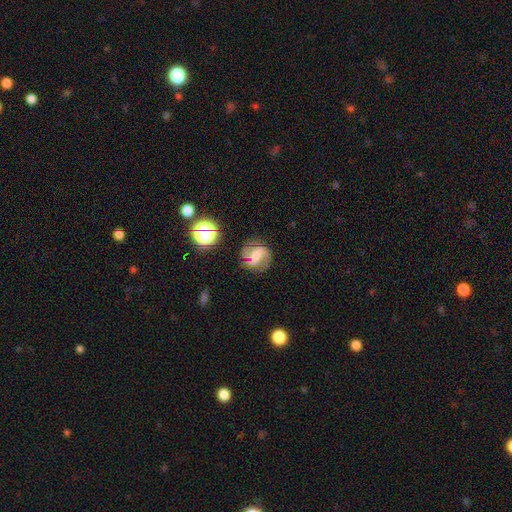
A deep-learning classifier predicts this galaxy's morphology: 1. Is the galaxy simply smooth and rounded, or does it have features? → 74% featured or disk, 16% smooth, 10% star or artifact.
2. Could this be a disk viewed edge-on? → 98% no, 2% yes.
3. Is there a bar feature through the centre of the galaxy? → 45% weak, 36% no, 20% strong.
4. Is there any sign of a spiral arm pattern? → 95% yes, 5% no.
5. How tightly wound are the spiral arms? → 50% medium, 27% tight, 23% loose.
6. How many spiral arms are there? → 50% 2, 24% 3, 12% can't tell, 5% 1, 4% 4, 3% more than 4.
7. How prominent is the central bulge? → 37% none, 25% small, 23% moderate, 13% large, 3% dominant.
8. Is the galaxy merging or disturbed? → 70% none, 17% minor disturbance, 11% major disturbance, 2% merger.